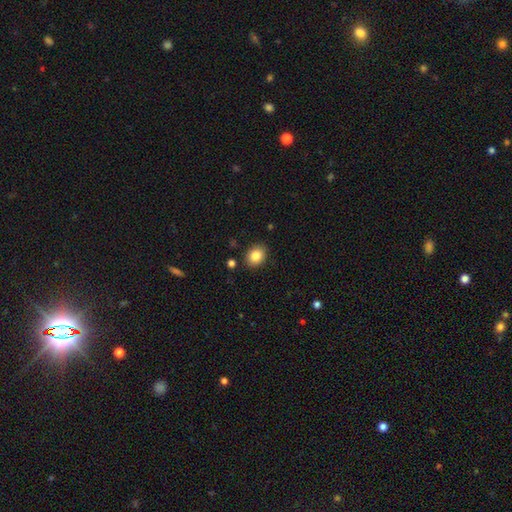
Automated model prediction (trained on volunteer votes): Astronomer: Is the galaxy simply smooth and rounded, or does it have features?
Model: smooth — 85%.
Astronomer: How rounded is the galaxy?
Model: in between — 51% (runner-up: round, 48%).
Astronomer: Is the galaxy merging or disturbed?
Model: none — 87%.